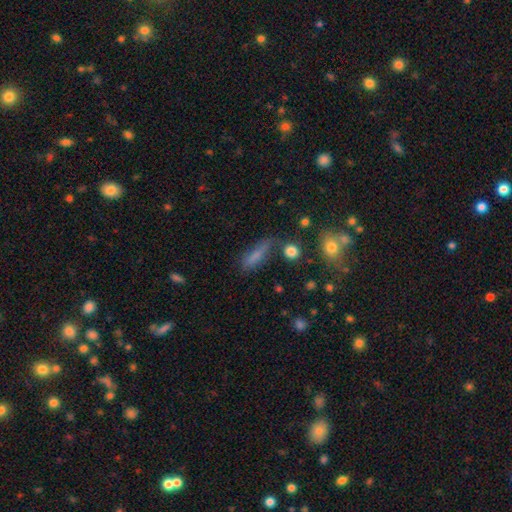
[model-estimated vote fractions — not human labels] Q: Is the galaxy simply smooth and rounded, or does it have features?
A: smooth — 72%.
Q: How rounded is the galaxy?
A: cigar-shaped — 60%.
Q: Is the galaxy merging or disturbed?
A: none — 57%.